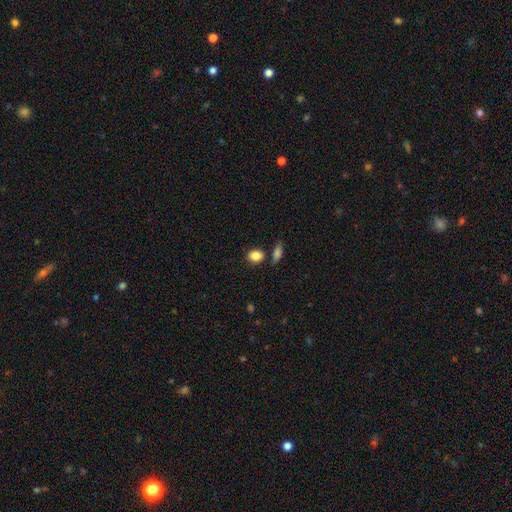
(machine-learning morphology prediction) A smooth galaxy with no disk features (86%) that is round (55%). Merging: none (74%).